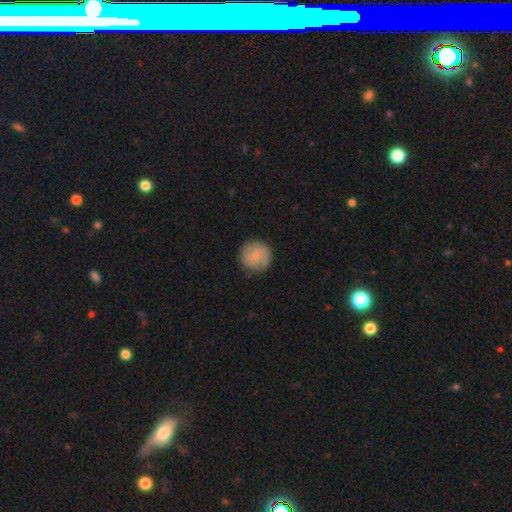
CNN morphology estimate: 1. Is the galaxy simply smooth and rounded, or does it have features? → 63% smooth, 30% featured or disk, 7% star or artifact.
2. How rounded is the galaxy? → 94% round, 5% in between, 1% cigar-shaped.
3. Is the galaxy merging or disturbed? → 84% none, 12% minor disturbance, 3% major disturbance, 1% merger.